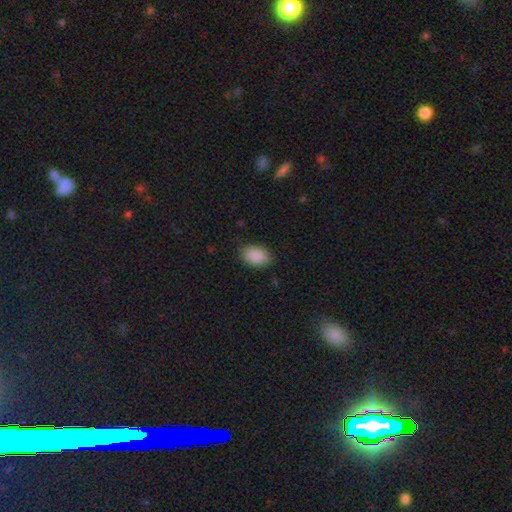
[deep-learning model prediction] Morphology: type=smooth (90%); roundness=in between (89%); merging=none (84%).